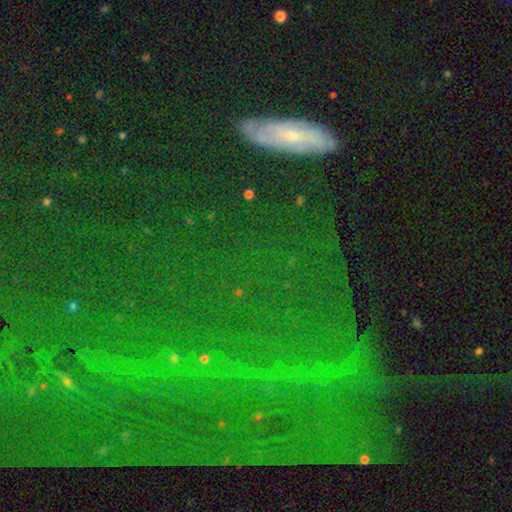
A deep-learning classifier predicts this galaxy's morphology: This is possibly a star or artifact rather than a galaxy (46%).